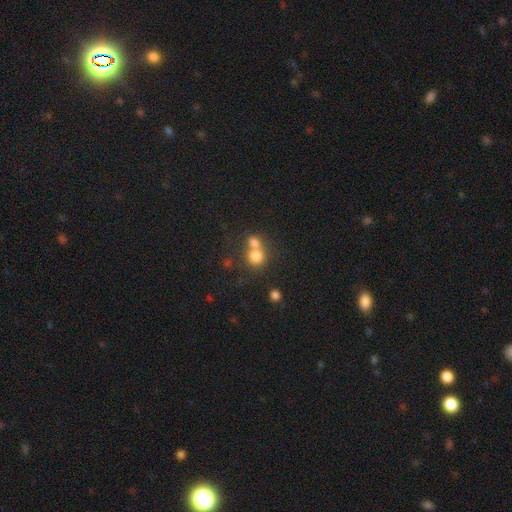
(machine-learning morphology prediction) smooth-or-featured: smooth: 76% | star or artifact: 12% | featured or disk: 12%
  how-rounded: round: 79% | in between: 20% | cigar-shaped: 1%
  merging: merger: 57% | none: 34% | minor disturbance: 6% | major disturbance: 3%